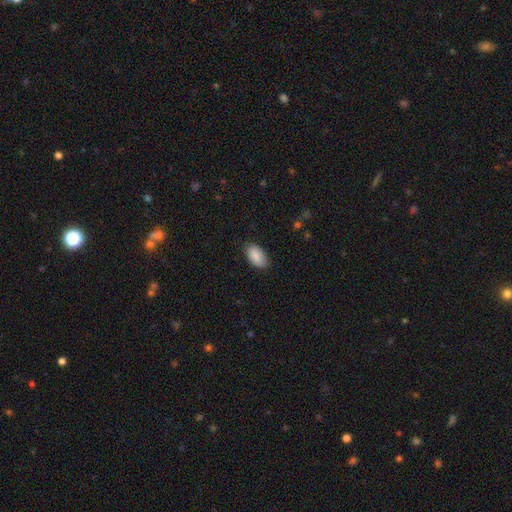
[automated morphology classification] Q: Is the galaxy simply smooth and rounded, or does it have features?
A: smooth — 88%.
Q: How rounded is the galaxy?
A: in between — 95%.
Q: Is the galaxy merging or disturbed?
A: none — 83%.